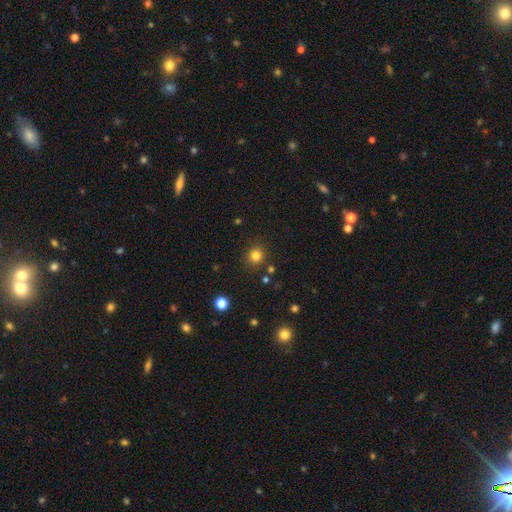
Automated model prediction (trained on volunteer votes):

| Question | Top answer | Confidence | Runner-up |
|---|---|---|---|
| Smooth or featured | smooth | 81% | star or artifact (14%) |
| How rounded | round | 90% | in between (9%) |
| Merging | none | 86% | minor disturbance (8%) |